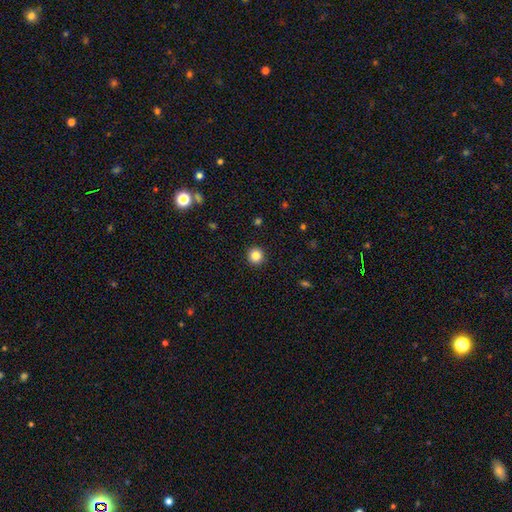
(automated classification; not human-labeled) smooth 85%, star or artifact 11%, featured or disk 4%. Down the decision tree: how rounded — round (95%); merging — none (93%).